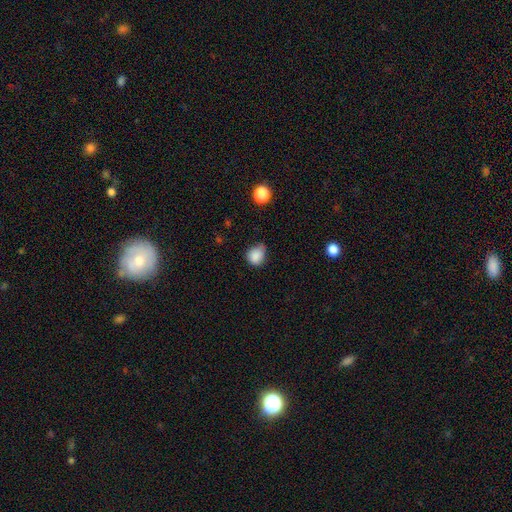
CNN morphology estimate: A smooth galaxy with no disk features (85%) that is round (72%). Merging: none (53%).